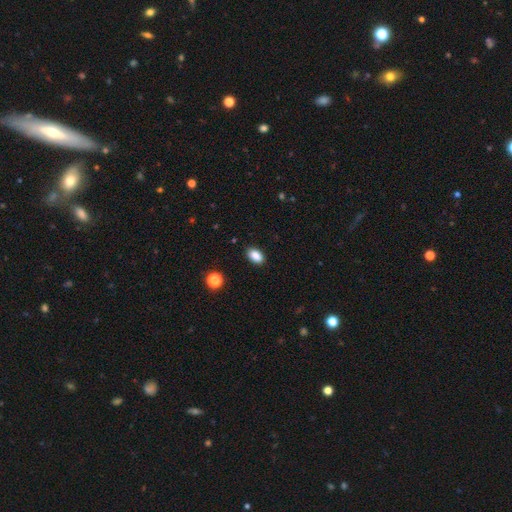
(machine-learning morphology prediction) Smooth or featured? Predicted: smooth (p=0.87). How rounded? Predicted: in between (p=0.90). Merging? Predicted: none (p=0.88).